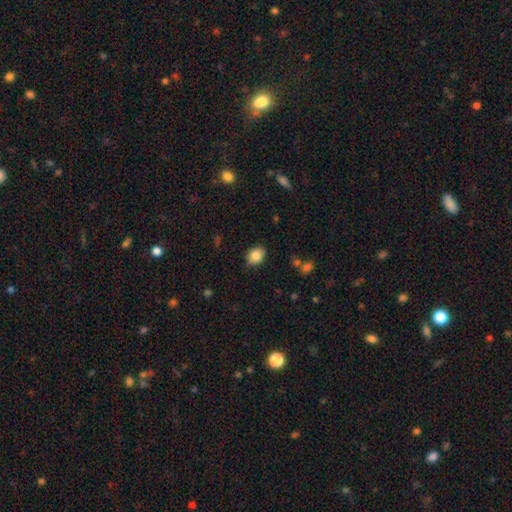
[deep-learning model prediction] Q: Smooth or featured?
A: smooth (85%); runner-up: star or artifact (8%)
Q: How rounded?
A: in between (61%); runner-up: round (38%)
Q: Merging?
A: none (85%); runner-up: minor disturbance (11%)